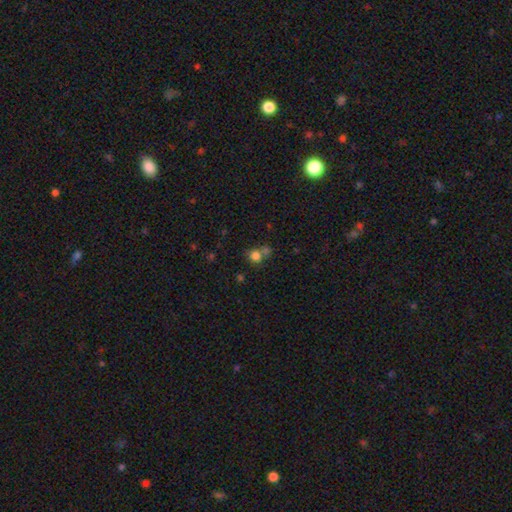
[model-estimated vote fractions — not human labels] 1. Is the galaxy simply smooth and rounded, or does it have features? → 78% smooth, 15% star or artifact, 7% featured or disk.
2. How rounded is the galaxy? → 82% round, 17% in between, 1% cigar-shaped.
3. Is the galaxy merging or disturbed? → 53% none, 33% merger, 9% minor disturbance, 4% major disturbance.